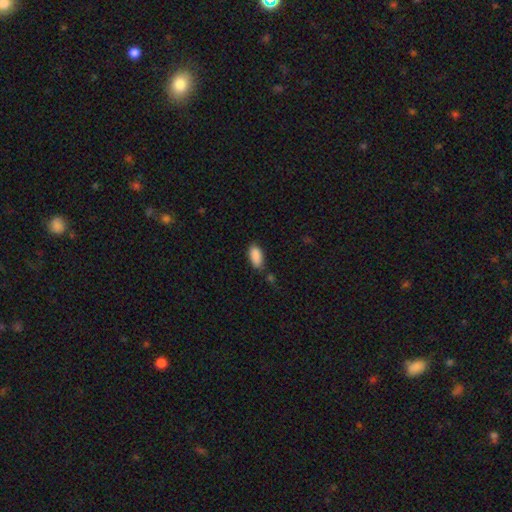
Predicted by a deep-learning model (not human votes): Smooth or featured? smooth (89%)
How rounded? in between (90%)
Merging? none (74%)